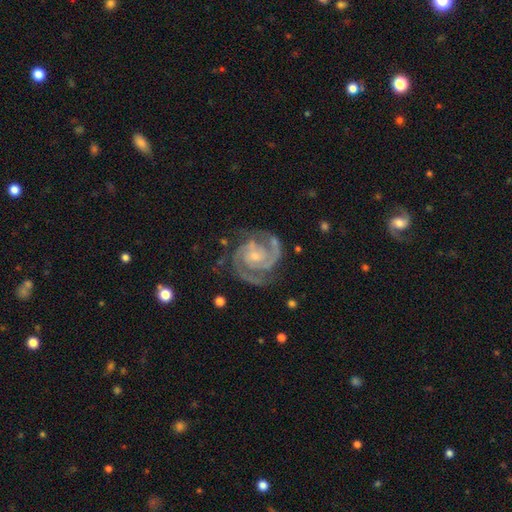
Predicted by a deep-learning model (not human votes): Smooth or featured? featured or disk (93%)
Edge-on disk? no (98%)
Bar? no (58%)
Spiral arms? yes (98%)
Spiral winding? tight (61%)
Spiral arm count? 2 (76%)
Bulge size? small (62%)
Merging? none (74%)